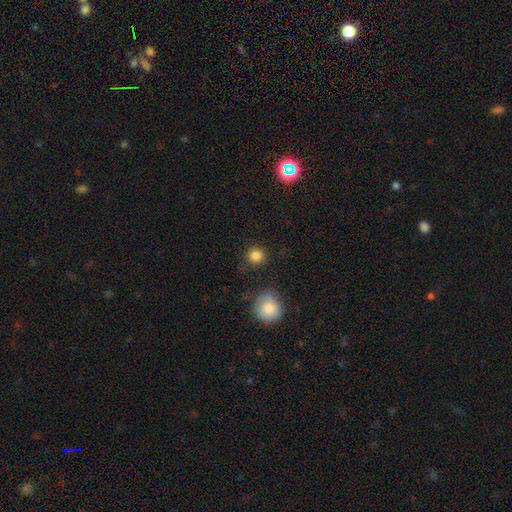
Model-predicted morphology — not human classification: Overall: smooth (84%). How rounded: round (93%). Merging: none (86%).